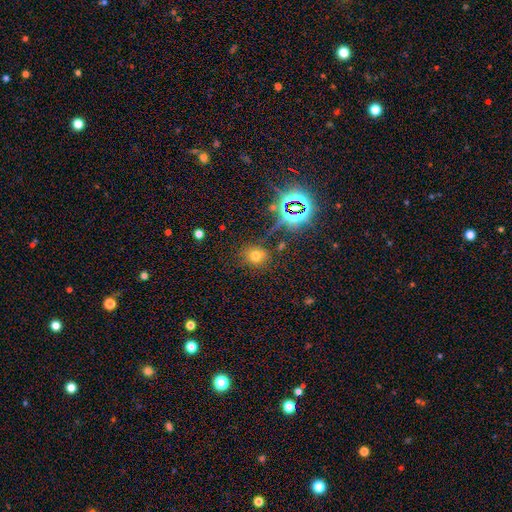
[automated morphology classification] This appears to be a smooth galaxy with no disk features (60%) that is round (70%). Merging: none (76%).